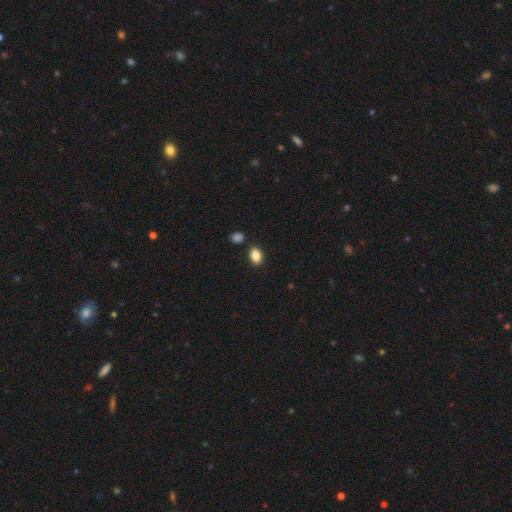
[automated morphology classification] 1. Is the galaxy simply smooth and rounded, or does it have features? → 87% smooth, 9% star or artifact, 5% featured or disk.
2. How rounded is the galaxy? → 80% in between, 19% round, 1% cigar-shaped.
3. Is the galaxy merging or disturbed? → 83% none, 9% minor disturbance, 6% merger, 2% major disturbance.